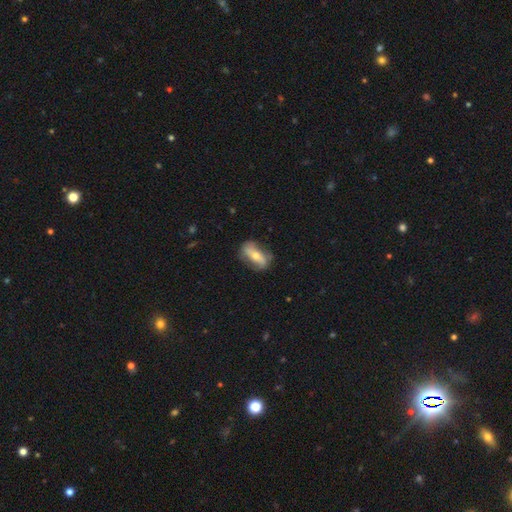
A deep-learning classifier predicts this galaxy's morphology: Smooth or featured? featured or disk (58%)
Edge-on disk? no (81%)
Merging? none (71%)